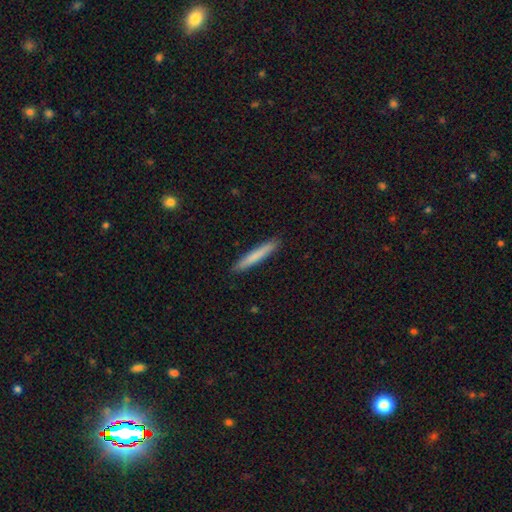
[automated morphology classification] Overall: smooth (76%). How rounded: cigar-shaped (96%). Merging: none (92%).